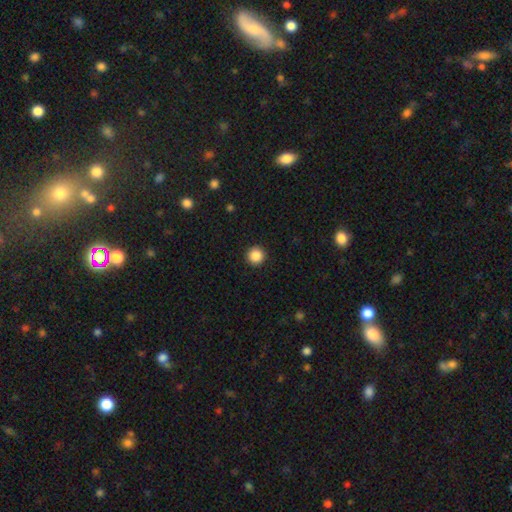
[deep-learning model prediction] Overall: smooth (87%). How rounded: round (96%). Merging: none (93%).